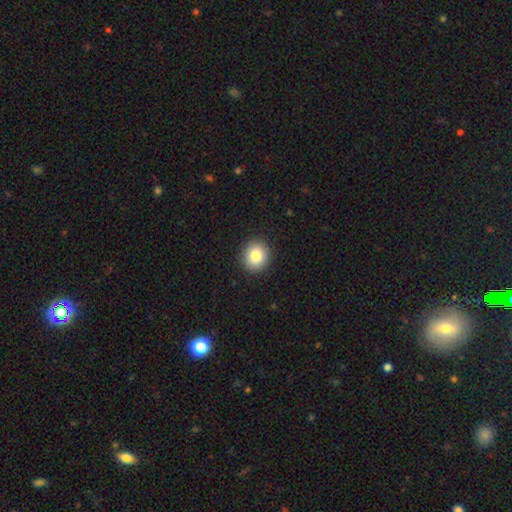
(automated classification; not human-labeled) Smooth or featured? Predicted: smooth (p=0.83). How rounded? Predicted: round (p=0.86). Merging? Predicted: none (p=0.92).